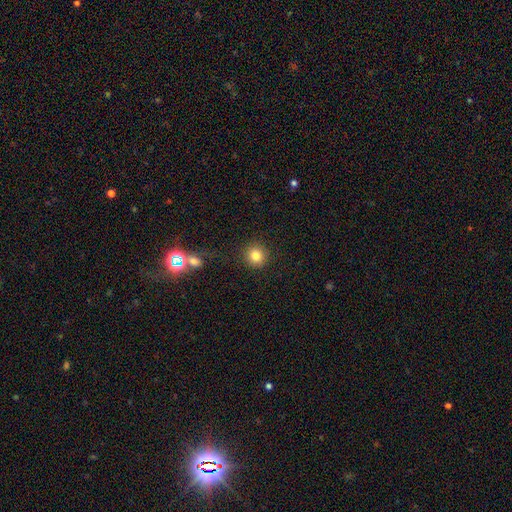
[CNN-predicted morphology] Q: Smooth or featured?
A: smooth (81%); runner-up: star or artifact (12%)
Q: How rounded?
A: round (94%); runner-up: in between (6%)
Q: Merging?
A: none (89%); runner-up: minor disturbance (6%)